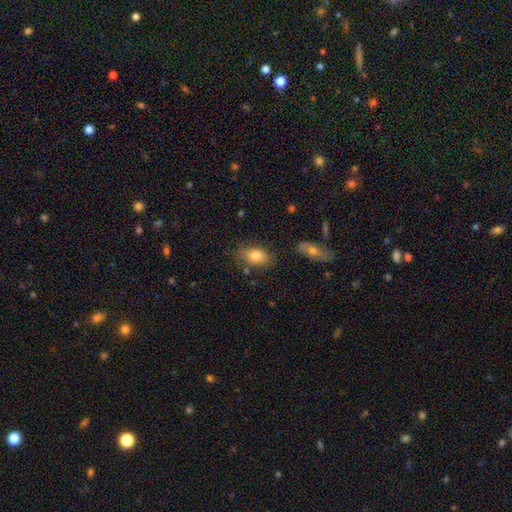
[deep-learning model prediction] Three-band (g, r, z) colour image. It shows a smooth galaxy with no disk features (81%) that is in between round and cigar-shaped (85%). Merging: none (73%).